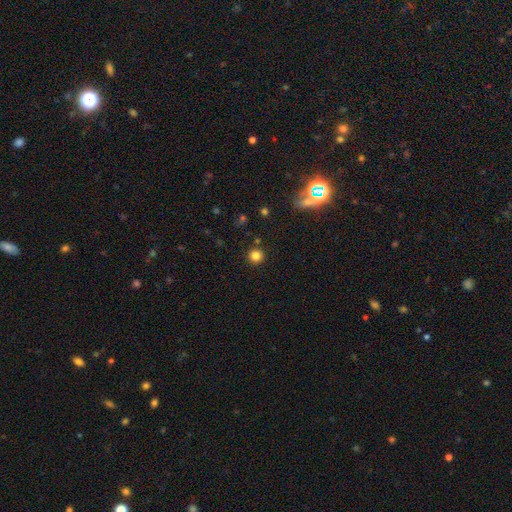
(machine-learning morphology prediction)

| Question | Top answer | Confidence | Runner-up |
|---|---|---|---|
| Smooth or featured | smooth | 82% | star or artifact (13%) |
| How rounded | round | 95% | in between (5%) |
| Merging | none | 90% | minor disturbance (5%) |